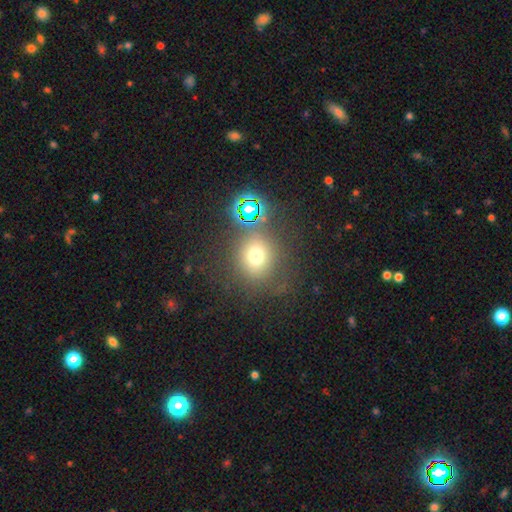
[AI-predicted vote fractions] This appears to be a smooth galaxy with no disk features (66%) that is round (78%). Merging: none (70%).